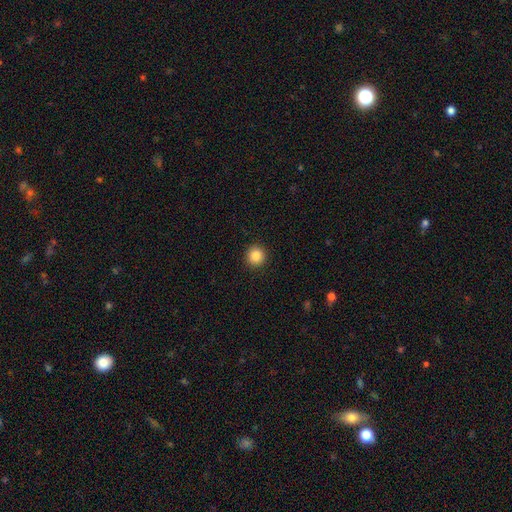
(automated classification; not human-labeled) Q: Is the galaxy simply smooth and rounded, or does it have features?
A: smooth — 86%.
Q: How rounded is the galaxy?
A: round — 94%.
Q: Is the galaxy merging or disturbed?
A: none — 93%.